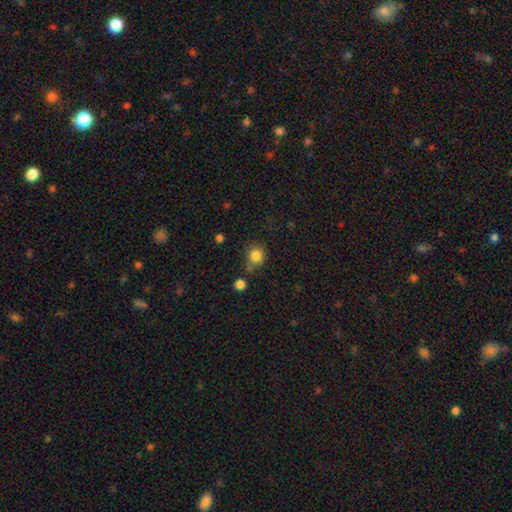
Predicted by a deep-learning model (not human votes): Smooth or featured?
  - smooth: 84% *
  - star or artifact: 11%
  - featured or disk: 5%
How rounded?
  - round: 85% *
  - in between: 15%
  - cigar-shaped: 1%
Merging?
  - none: 67% *
  - minor disturbance: 16%
  - merger: 11%
  - major disturbance: 5%